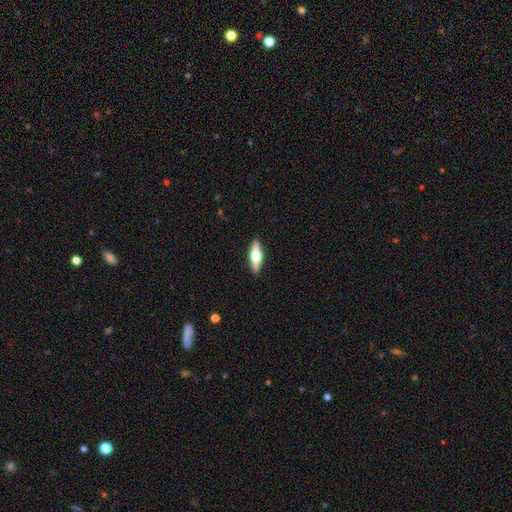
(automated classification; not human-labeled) Q: Smooth or featured?
A: featured or disk (60%); runner-up: smooth (34%)
Q: Edge-on disk?
A: yes (96%); runner-up: no (4%)
Q: Edge-on bulge?
A: rounded (95%); runner-up: boxy (3%)
Q: Merging?
A: none (91%); runner-up: minor disturbance (7%)